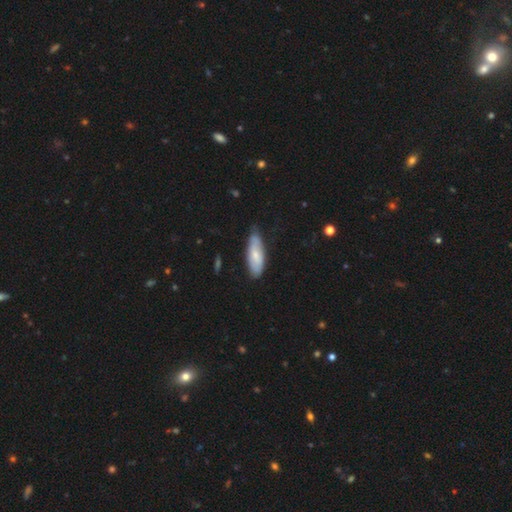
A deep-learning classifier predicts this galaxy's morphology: Q: Smooth or featured?
A: smooth (62%); runner-up: featured or disk (33%)
Q: How rounded?
A: in between (66%); runner-up: cigar-shaped (32%)
Q: Merging?
A: none (66%); runner-up: minor disturbance (28%)